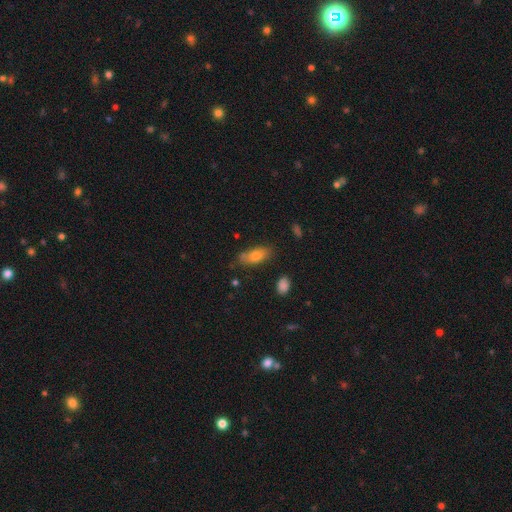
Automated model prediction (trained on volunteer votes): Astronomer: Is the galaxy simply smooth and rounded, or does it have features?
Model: smooth — 76%.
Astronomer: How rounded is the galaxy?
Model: in between — 79%.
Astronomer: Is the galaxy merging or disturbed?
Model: none — 68%.